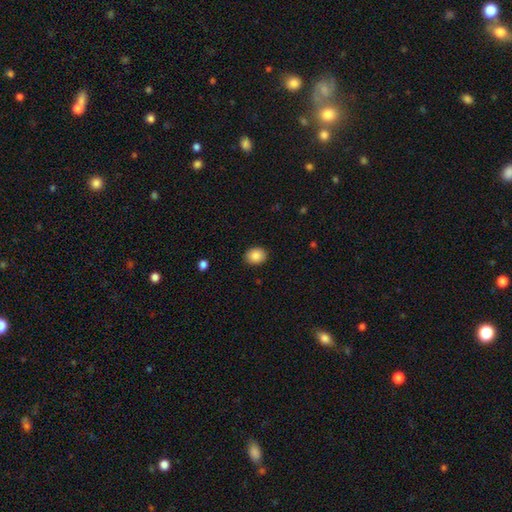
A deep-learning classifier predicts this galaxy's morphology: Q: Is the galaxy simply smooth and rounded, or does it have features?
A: smooth — 87%.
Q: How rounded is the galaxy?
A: round — 53%.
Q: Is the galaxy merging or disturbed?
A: none — 89%.